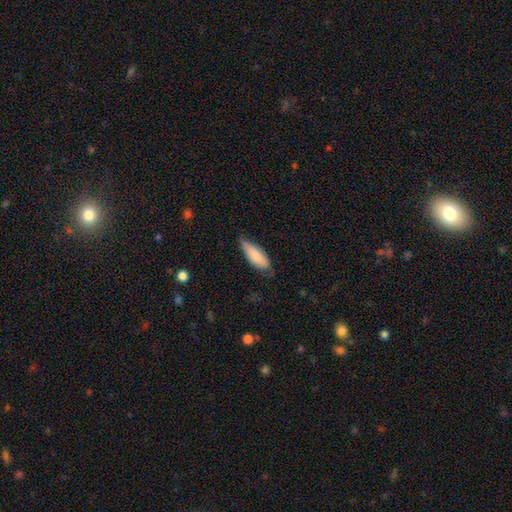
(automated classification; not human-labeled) Smooth or featured?
  - smooth: 78% *
  - featured or disk: 16%
  - star or artifact: 6%
How rounded?
  - in between: 68% *
  - cigar-shaped: 31%
  - round: 2%
Merging?
  - none: 60% *
  - minor disturbance: 32%
  - major disturbance: 6%
  - merger: 1%